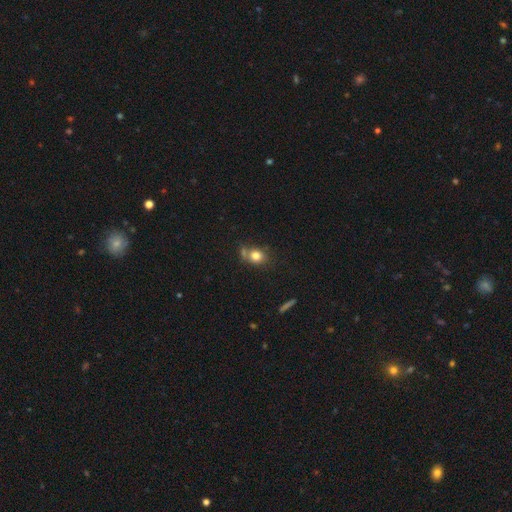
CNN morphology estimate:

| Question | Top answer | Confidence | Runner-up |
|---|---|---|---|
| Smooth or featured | smooth | 79% | star or artifact (11%) |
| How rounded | round | 65% | in between (33%) |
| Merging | none | 53% | merger (26%) |